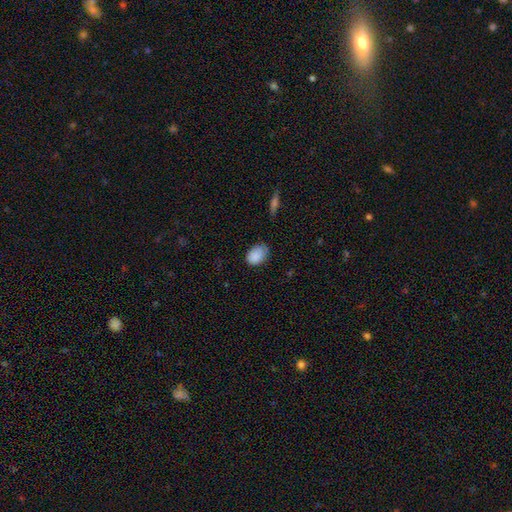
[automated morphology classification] A smooth galaxy with no disk features (87%) that is in between round and cigar-shaped (77%). Merging: none (64%).